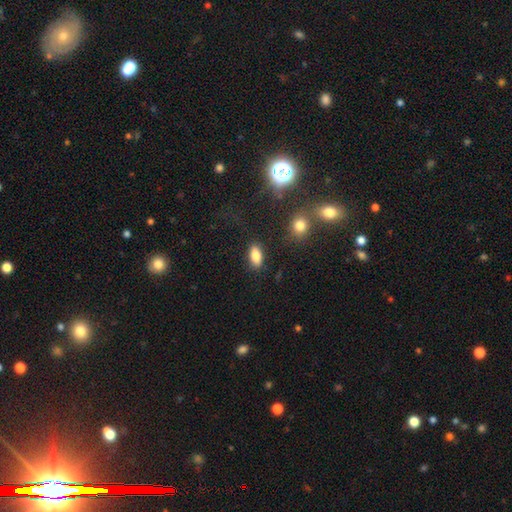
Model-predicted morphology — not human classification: Smooth or featured: smooth — 82% (featured or disk — 9%)
How rounded: in between — 87% (cigar-shaped — 8%)
Merging: none — 85% (minor disturbance — 10%)